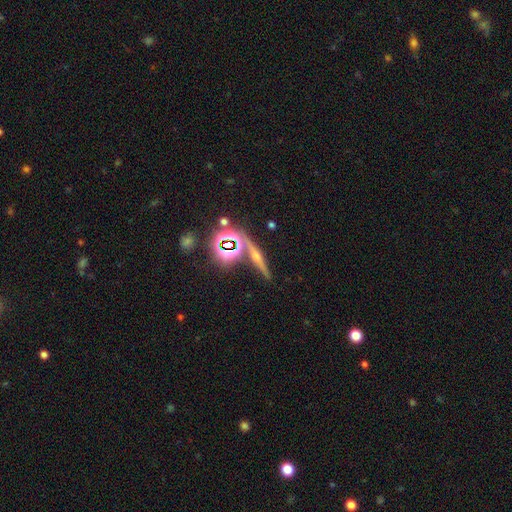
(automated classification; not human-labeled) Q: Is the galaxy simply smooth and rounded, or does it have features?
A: featured or disk — 47%.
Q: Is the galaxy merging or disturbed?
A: none — 78%.